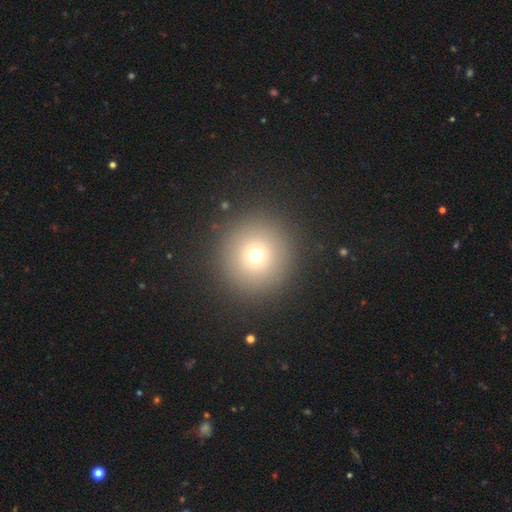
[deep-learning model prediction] smooth 71%, star or artifact 19%, featured or disk 11%. Down the decision tree: how rounded — round (96%); merging — none (90%).